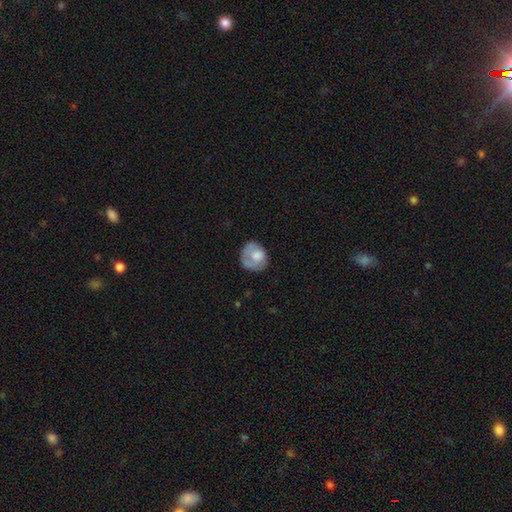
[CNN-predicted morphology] This is likely a smooth galaxy (70%). How rounded: likely round (75%). Merging: possibly none (55%).